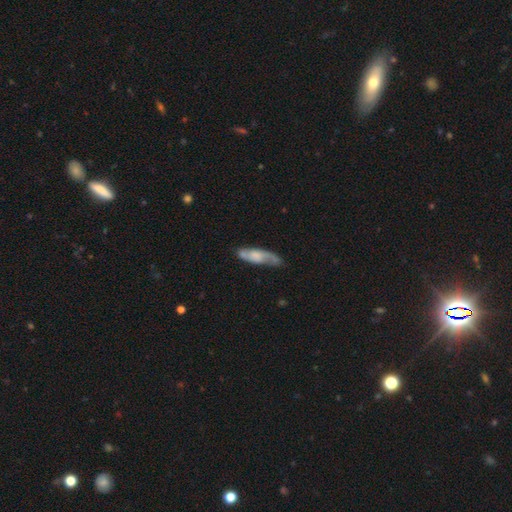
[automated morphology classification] A featured or disk galaxy (53%). Merging: none (63%).